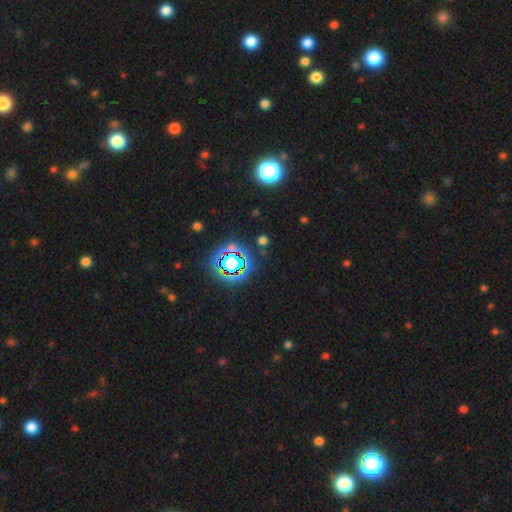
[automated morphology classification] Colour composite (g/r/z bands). It shows a star or artifact, not a galaxy (79%).